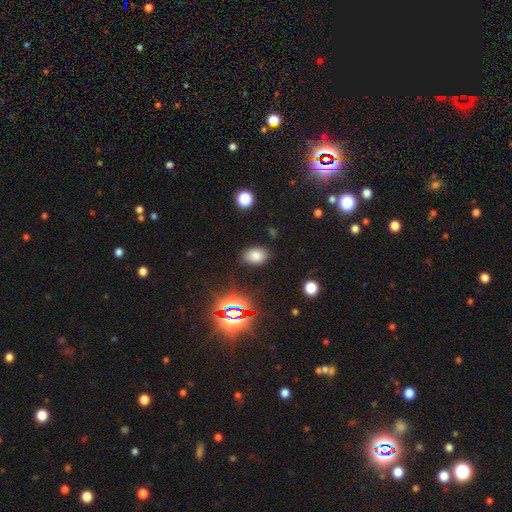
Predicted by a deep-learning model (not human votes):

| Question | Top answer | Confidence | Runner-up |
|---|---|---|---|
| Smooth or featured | smooth | 77% | star or artifact (16%) |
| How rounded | in between | 81% | round (18%) |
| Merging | none | 84% | minor disturbance (11%) |